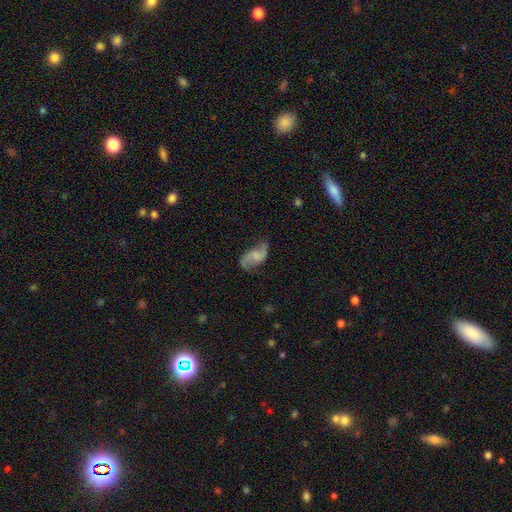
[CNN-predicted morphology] smooth-or-featured: featured or disk: 76% | smooth: 17% | star or artifact: 7%
  disk-edge-on: no: 97% | yes: 3%
    bar: weak: 47% | no: 42% | strong: 11%
    has-spiral-arms: yes: 94% | no: 6%
      spiral-winding: loose: 71% | medium: 23% | tight: 5%
      spiral-arm-count: 2: 92% | can't tell: 3% | 1: 3% | 3: 1% | 4: 1% | more than 4: 1%
    bulge-size: none: 44% | small: 29% | moderate: 21% | large: 4% | dominant: 1%
  merging: none: 68% | minor disturbance: 20% | major disturbance: 10% | merger: 2%